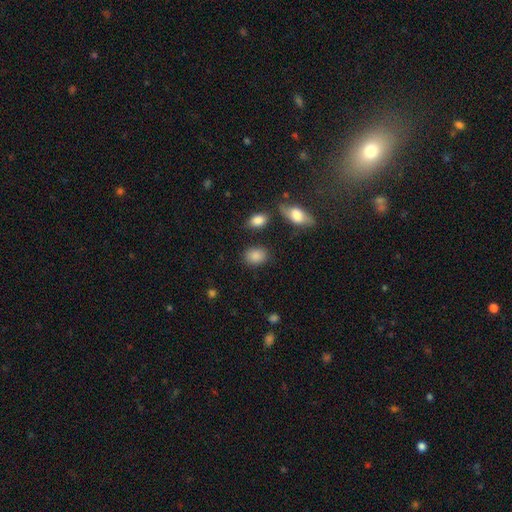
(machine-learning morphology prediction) Smooth or featured? Predicted: smooth (p=0.88). How rounded? Predicted: in between (p=0.71). Merging? Predicted: none (p=0.82).